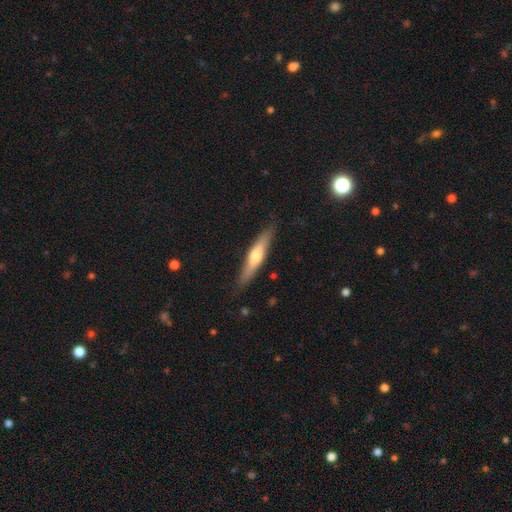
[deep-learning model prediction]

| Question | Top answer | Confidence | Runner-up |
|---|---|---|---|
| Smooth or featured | smooth | 48% | featured or disk (47%) |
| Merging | none | 85% | minor disturbance (12%) |